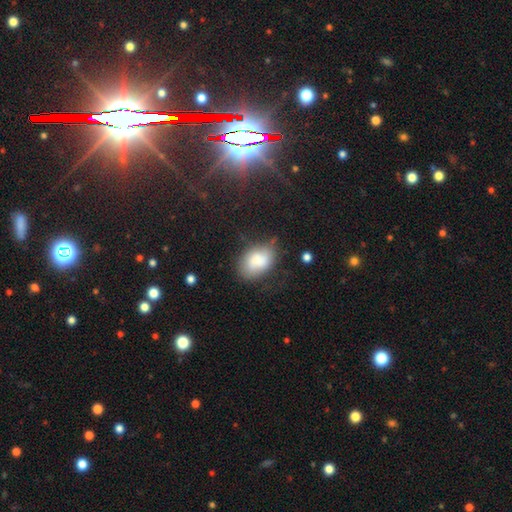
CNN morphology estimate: Smooth or featured? Predicted: smooth (p=0.79). How rounded? Predicted: in between (p=0.85). Merging? Predicted: none (p=0.61).